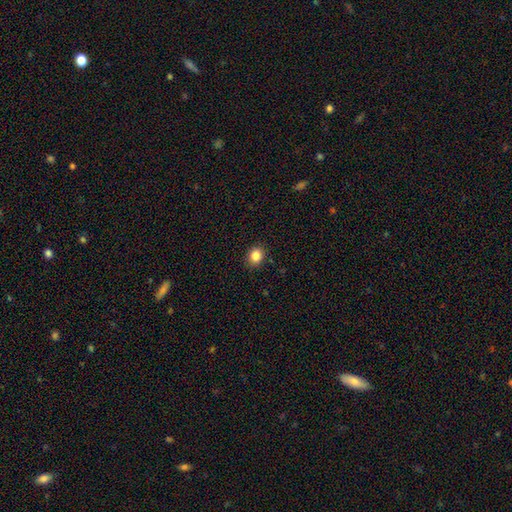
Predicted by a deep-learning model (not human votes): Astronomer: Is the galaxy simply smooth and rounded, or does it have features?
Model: smooth — 85%.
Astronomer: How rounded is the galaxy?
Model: round — 68%.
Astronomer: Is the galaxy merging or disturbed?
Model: none — 89%.